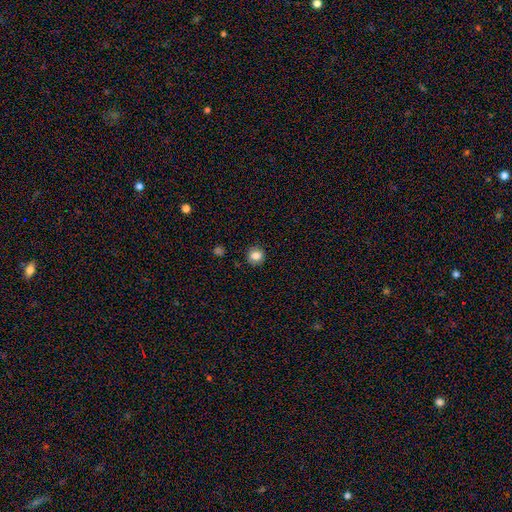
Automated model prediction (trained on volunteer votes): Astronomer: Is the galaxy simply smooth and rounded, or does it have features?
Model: smooth — 82%.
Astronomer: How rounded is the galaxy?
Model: round — 86%.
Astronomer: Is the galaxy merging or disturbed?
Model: none — 87%.